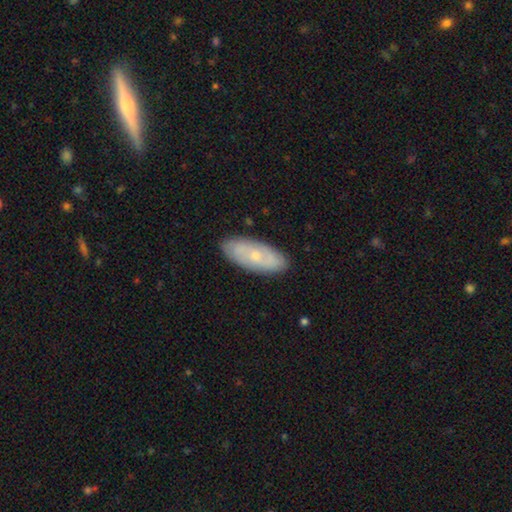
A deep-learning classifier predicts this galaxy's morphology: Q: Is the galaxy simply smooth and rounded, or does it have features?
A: smooth — 48%.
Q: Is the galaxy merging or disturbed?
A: none — 86%.